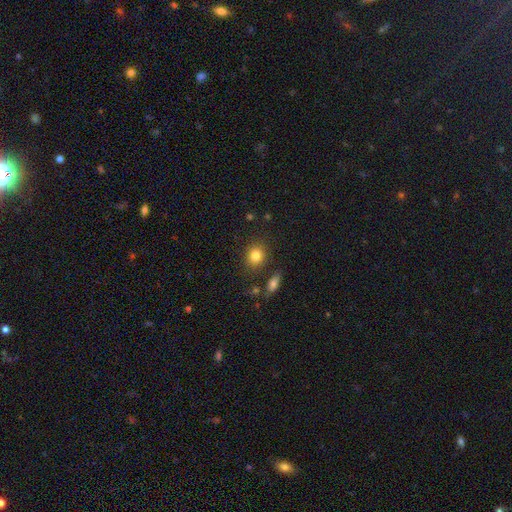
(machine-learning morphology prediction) A smooth galaxy with no disk features (83%) that is round (68%).

Vote fractions:
- Smooth or featured? smooth: 83% / star or artifact: 10% / featured or disk: 7%
- How rounded? round: 68% / in between: 31% / cigar-shaped: 1%
- Merging? none: 81% / minor disturbance: 11% / merger: 5% / major disturbance: 4%